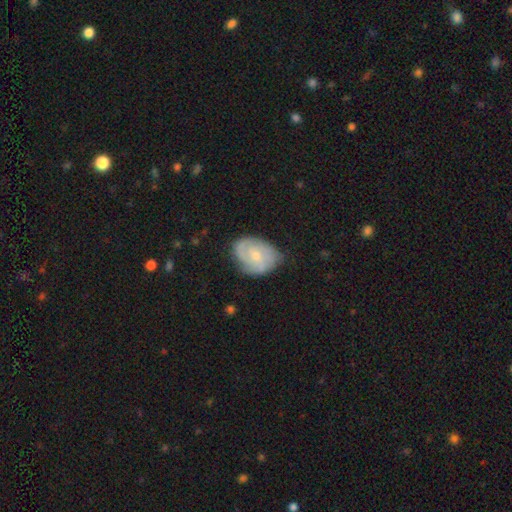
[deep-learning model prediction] This is likely a featured or disk galaxy (65%). It is clearly not viewed edge-on (97%). Bar: likely no (61%). Spiral arm pattern: clearly yes (87%). Spiral arm count: marginally 2 (45%). Spiral winding: possibly tight (47%). Central bulge: possibly small (55%). Merging: likely none (68%).